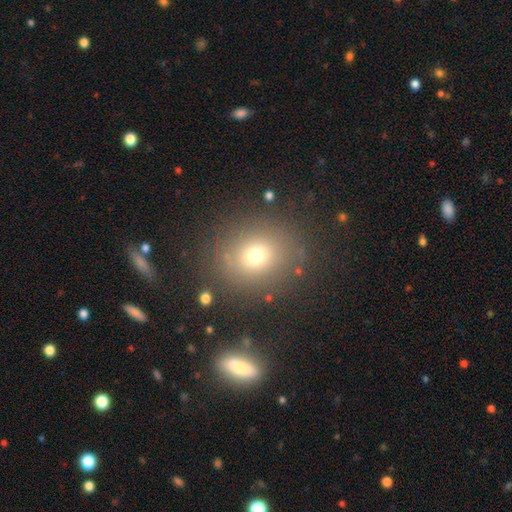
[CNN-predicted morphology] Smooth or featured? smooth (71%)
How rounded? round (73%)
Merging? none (83%)